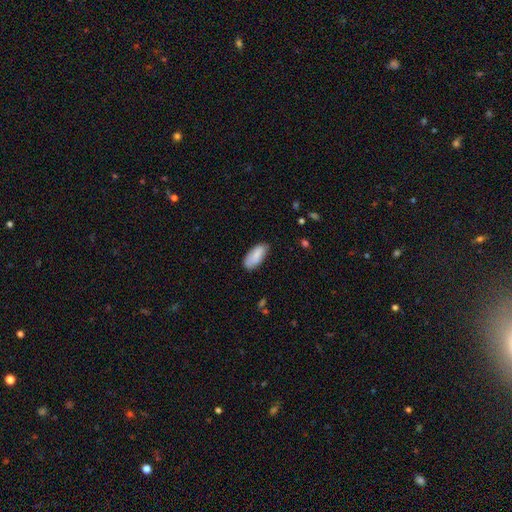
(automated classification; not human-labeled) A smooth galaxy with no disk features (85%) that is in between round and cigar-shaped (85%).

Vote fractions:
- Smooth or featured? smooth: 85% / featured or disk: 9% / star or artifact: 6%
- How rounded? in between: 85% / cigar-shaped: 13% / round: 2%
- Merging? none: 75% / minor disturbance: 19% / major disturbance: 3% / merger: 2%